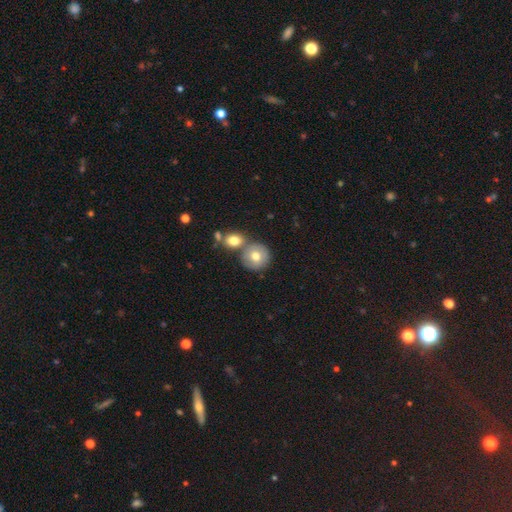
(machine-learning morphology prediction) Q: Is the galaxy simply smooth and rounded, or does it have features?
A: smooth — 74%.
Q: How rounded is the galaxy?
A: round — 89%.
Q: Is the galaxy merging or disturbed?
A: none — 54%.